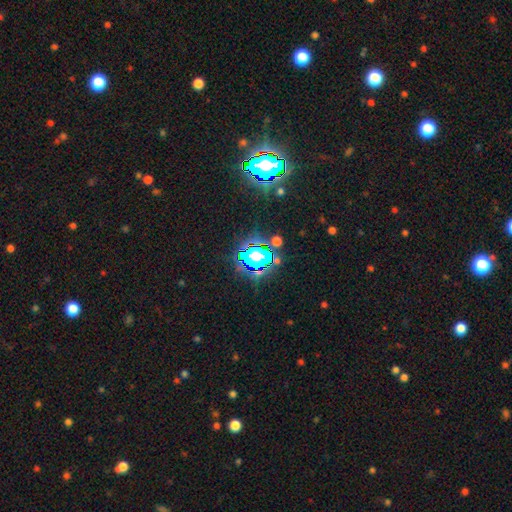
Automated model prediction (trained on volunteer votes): Overall: star or artifact (62%; smooth 25%).